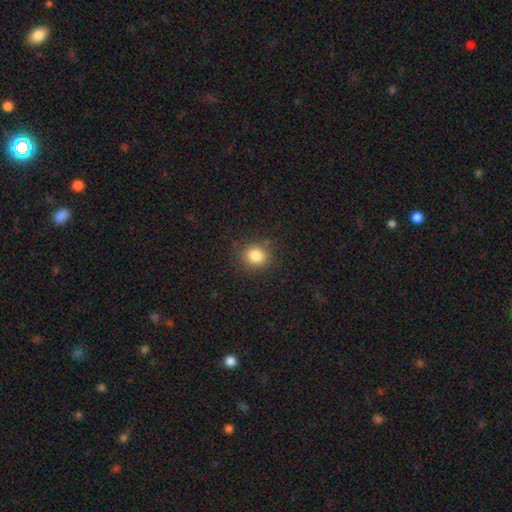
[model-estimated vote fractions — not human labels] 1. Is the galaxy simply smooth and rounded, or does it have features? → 83% smooth, 11% star or artifact, 6% featured or disk.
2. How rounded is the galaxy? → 77% round, 22% in between, 1% cigar-shaped.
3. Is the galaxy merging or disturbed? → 86% none, 9% minor disturbance, 3% major disturbance, 1% merger.